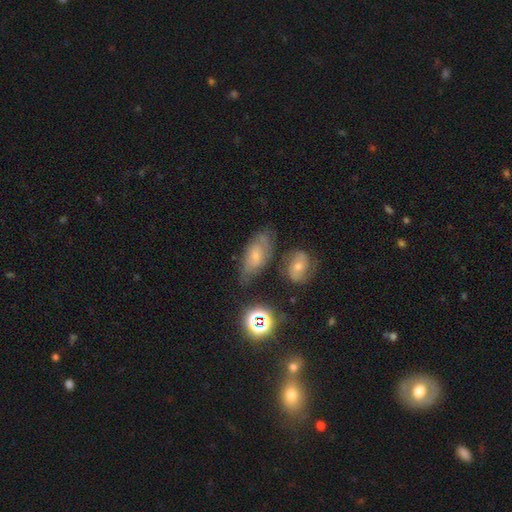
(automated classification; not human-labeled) Smooth or featured: smooth — 43% (featured or disk — 38%)
Merging: none — 60% (minor disturbance — 23%)